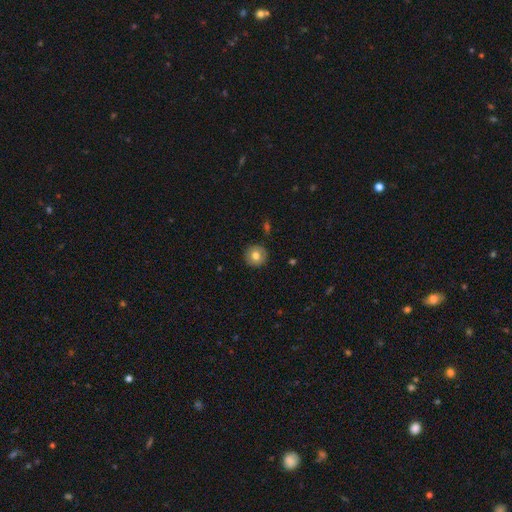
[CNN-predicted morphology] A smooth galaxy with no disk features (74%) that is round (95%).

Vote fractions:
- Smooth or featured? smooth: 74% / featured or disk: 18% / star or artifact: 8%
- How rounded? round: 95% / in between: 4% / cigar-shaped: 1%
- Merging? none: 91% / minor disturbance: 6% / major disturbance: 2% / merger: 1%